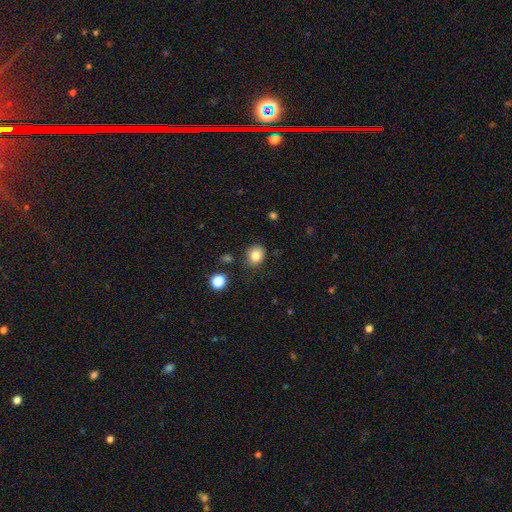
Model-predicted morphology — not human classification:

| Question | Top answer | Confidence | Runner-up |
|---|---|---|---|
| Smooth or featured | smooth | 81% | star or artifact (11%) |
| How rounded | round | 68% | in between (31%) |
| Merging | none | 81% | minor disturbance (13%) |